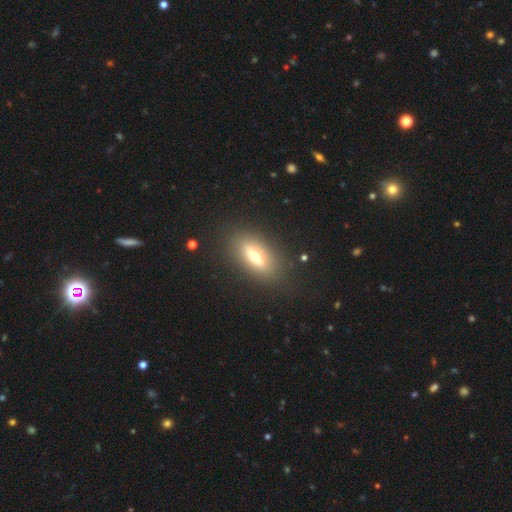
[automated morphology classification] Overall: smooth (48%; featured or disk 43%). Merging: none (85%).